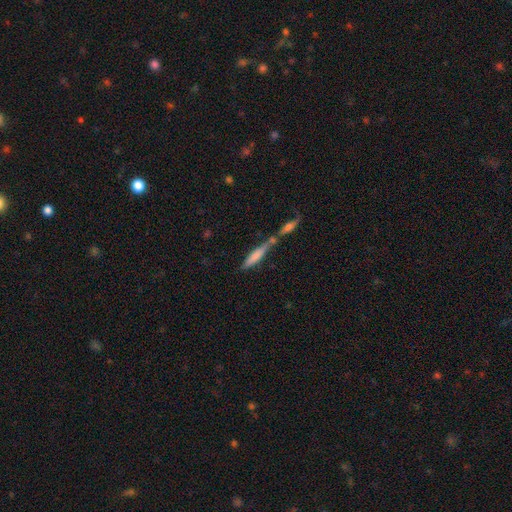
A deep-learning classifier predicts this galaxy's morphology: smooth 67%, featured or disk 26%, star or artifact 7%. Down the decision tree: how rounded — cigar-shaped (82%); merging — merger (52%).